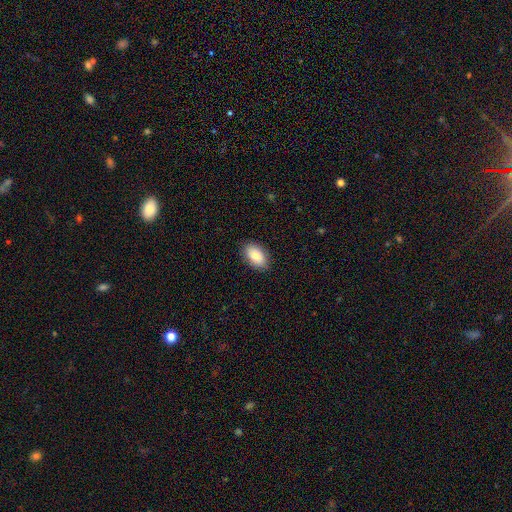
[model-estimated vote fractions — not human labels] A smooth galaxy with no disk features (84%) that is in between round and cigar-shaped (92%).

Vote fractions:
- Smooth or featured? smooth: 84% / featured or disk: 10% / star or artifact: 7%
- How rounded? in between: 92% / round: 6% / cigar-shaped: 2%
- Merging? none: 87% / minor disturbance: 10% / major disturbance: 2% / merger: 1%